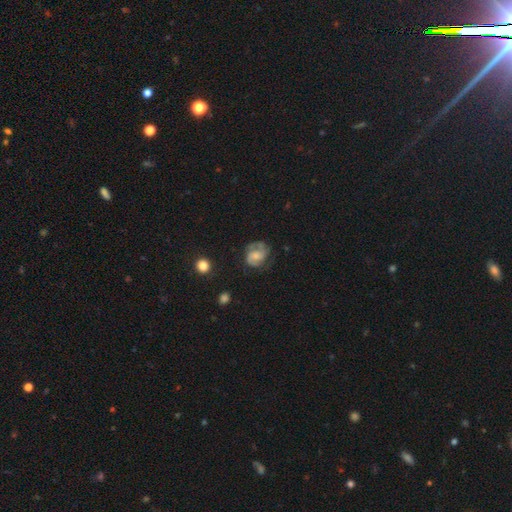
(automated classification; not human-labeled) A featured or disk galaxy (74%) with no bar (54%), 2 (76%) medium (46%) spiral arms (93%) and a small central bulge (37%). Merging: none (64%).